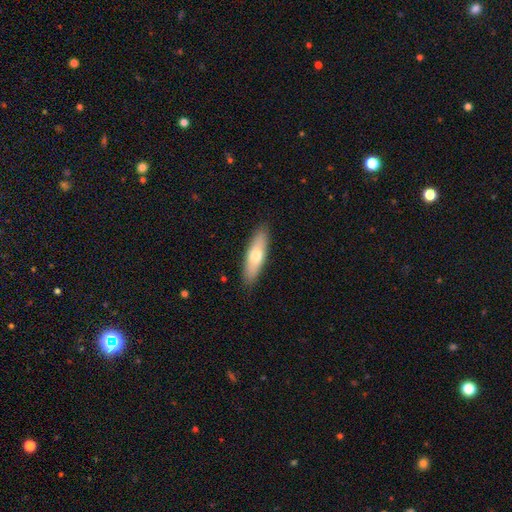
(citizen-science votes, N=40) This appears to be a smooth galaxy with no disk features (68%) that is cigar-shaped (63%). Merging: none (84%).